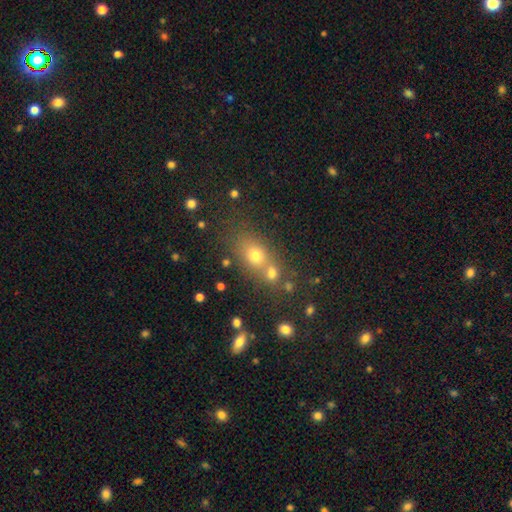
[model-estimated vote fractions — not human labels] A smooth galaxy with no disk features (64%) that is in between round and cigar-shaped (48%, tied with round). Merging: none (47%).